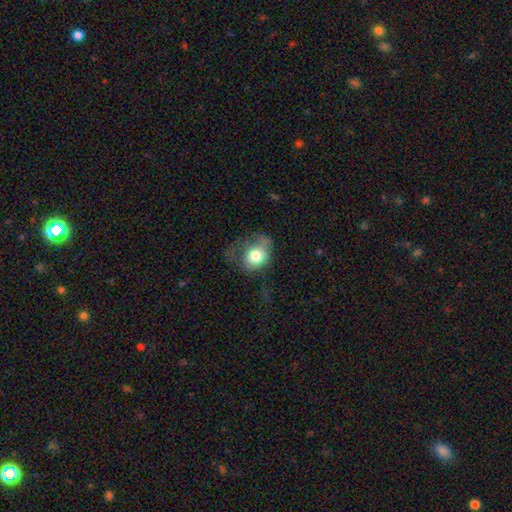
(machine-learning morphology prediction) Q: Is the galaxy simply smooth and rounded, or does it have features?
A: smooth — 74%.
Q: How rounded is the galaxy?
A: in between — 51%.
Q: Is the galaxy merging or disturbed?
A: major disturbance — 36%.